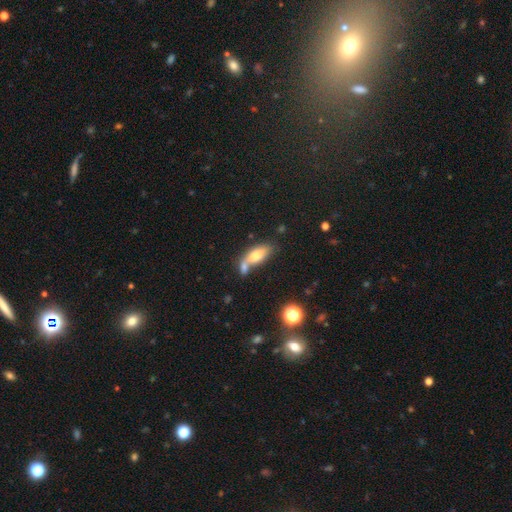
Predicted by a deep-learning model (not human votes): The model was most divided on "merging": merger: 45%, none: 34%, minor disturbance: 13%, major disturbance: 8%. More confident: how rounded — in between (80%); smooth or featured — smooth (71%).